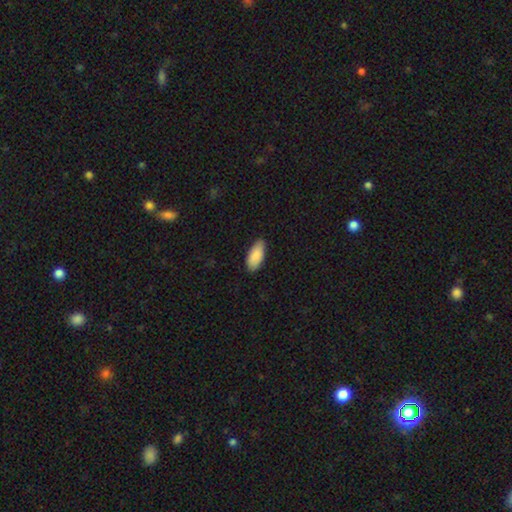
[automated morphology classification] Smooth or featured?
  - smooth: 88% *
  - featured or disk: 7%
  - star or artifact: 6%
How rounded?
  - in between: 89% *
  - cigar-shaped: 9%
  - round: 2%
Merging?
  - none: 82% *
  - minor disturbance: 15%
  - major disturbance: 2%
  - merger: 1%